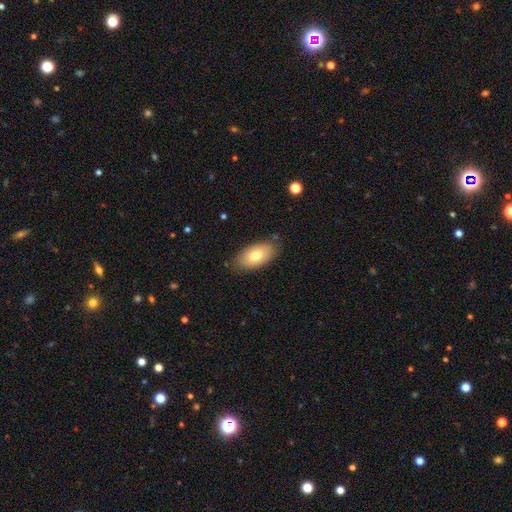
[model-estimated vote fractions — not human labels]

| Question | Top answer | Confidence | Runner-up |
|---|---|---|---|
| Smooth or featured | smooth | 74% | featured or disk (19%) |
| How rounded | in between | 93% | round (4%) |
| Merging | none | 80% | minor disturbance (15%) |